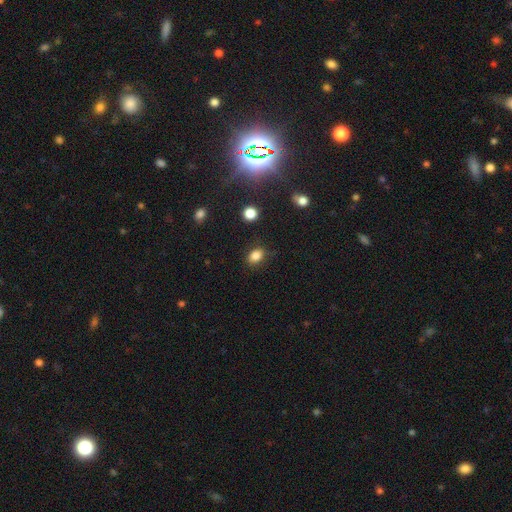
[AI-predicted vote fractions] A smooth galaxy with no disk features (85%) that is in between round and cigar-shaped (73%).

Vote fractions:
- Smooth or featured? smooth: 85% / star or artifact: 10% / featured or disk: 5%
- How rounded? in between: 73% / round: 26% / cigar-shaped: 1%
- Merging? none: 82% / minor disturbance: 13% / major disturbance: 4% / merger: 2%